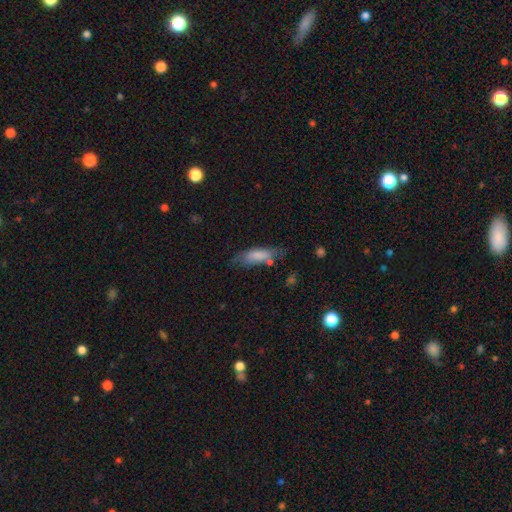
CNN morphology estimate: Smooth or featured: smooth — 72% (featured or disk — 20%)
How rounded: in between — 57% (cigar-shaped — 41%)
Merging: none — 61% (minor disturbance — 26%)